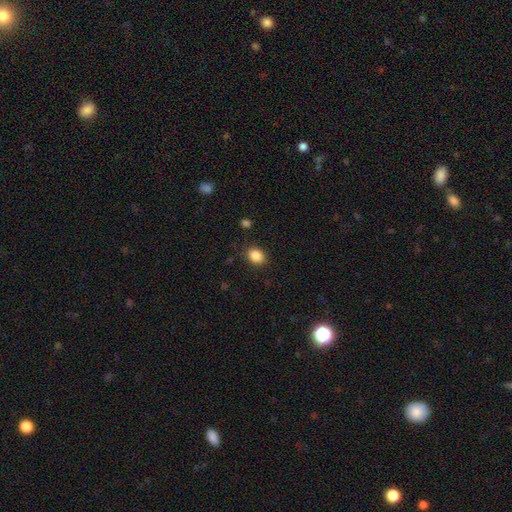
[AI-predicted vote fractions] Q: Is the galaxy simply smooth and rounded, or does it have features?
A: smooth — 87%.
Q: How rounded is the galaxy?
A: in between — 58%.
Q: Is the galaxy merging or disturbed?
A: none — 85%.